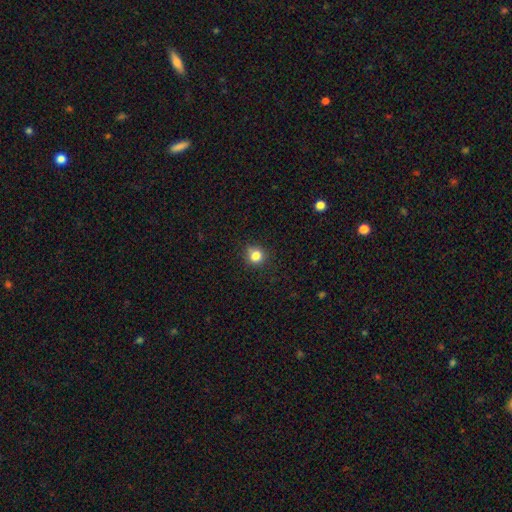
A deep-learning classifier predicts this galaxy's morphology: This is clearly a smooth galaxy (82%). How rounded: clearly round (89%). Merging: clearly none (83%).